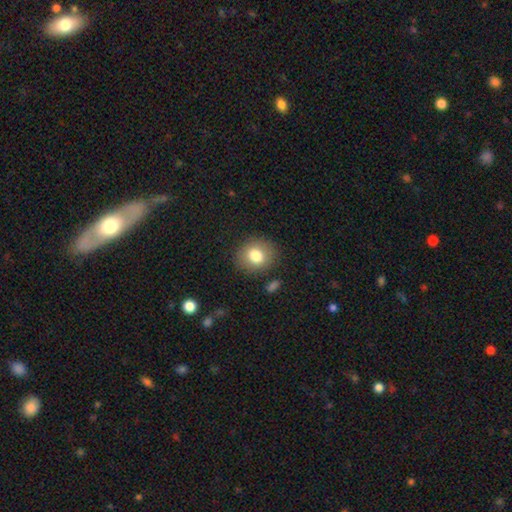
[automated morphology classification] A smooth galaxy with no disk features (79%) that is round (74%). Merging: none (85%).